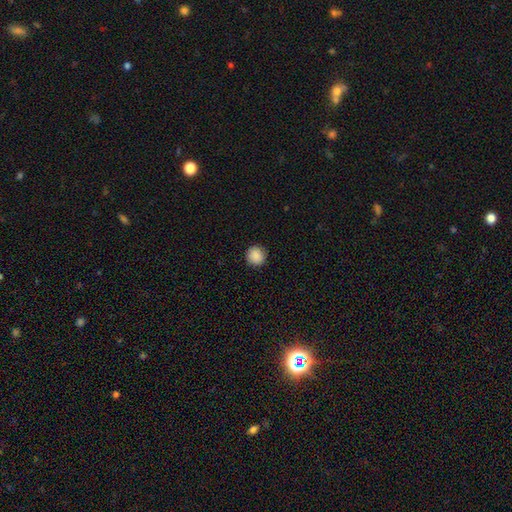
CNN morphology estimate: Smooth or featured? Predicted: smooth (p=0.89). How rounded? Predicted: round (p=0.93). Merging? Predicted: none (p=0.91).